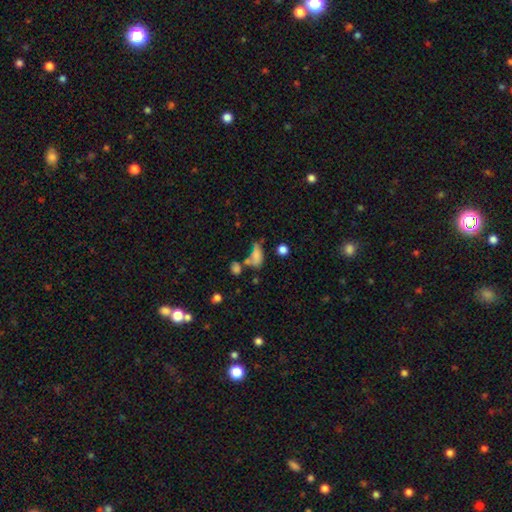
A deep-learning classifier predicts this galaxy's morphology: smooth 66%, featured or disk 19%, star or artifact 15%. Down the decision tree: how rounded — in between (78%); merging — merger (33%).